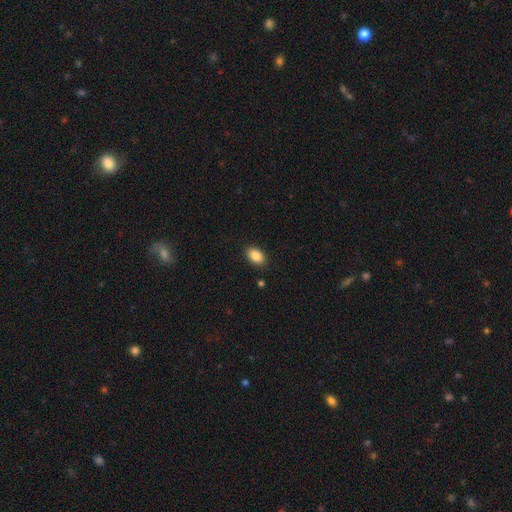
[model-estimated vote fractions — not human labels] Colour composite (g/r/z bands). It shows a smooth galaxy with no disk features (88%) that is in between round and cigar-shaped (91%). Merging: none (89%).